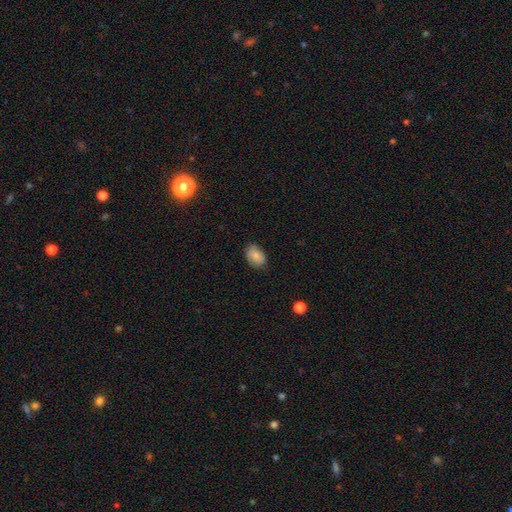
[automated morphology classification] The model was most divided on "merging": none: 77%, minor disturbance: 19%, major disturbance: 3%, merger: 1%. More confident: smooth or featured — smooth (83%); how rounded — in between (81%).